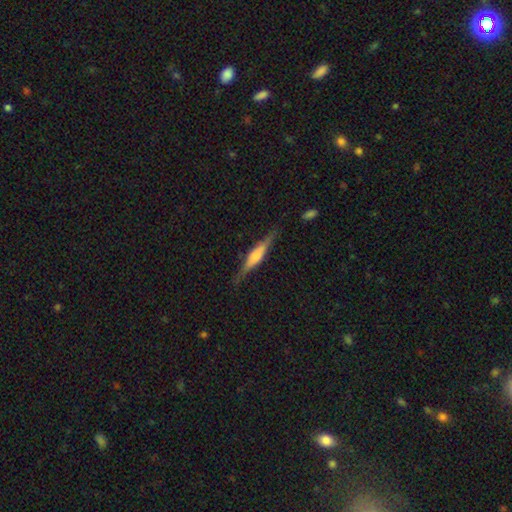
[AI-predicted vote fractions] Smooth or featured? Predicted: featured or disk (p=0.64). Edge-on disk? Predicted: yes (p=0.97). Edge-on bulge? Predicted: rounded (p=0.53). Merging? Predicted: none (p=0.85).